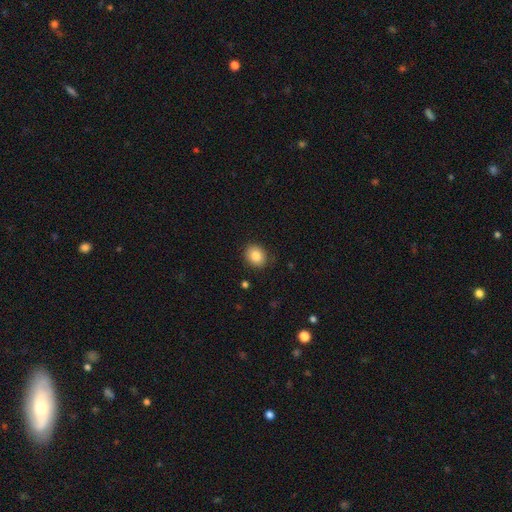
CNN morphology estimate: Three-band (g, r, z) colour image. It shows a smooth galaxy with no disk features (85%) that is round (58%). Merging: none (85%).